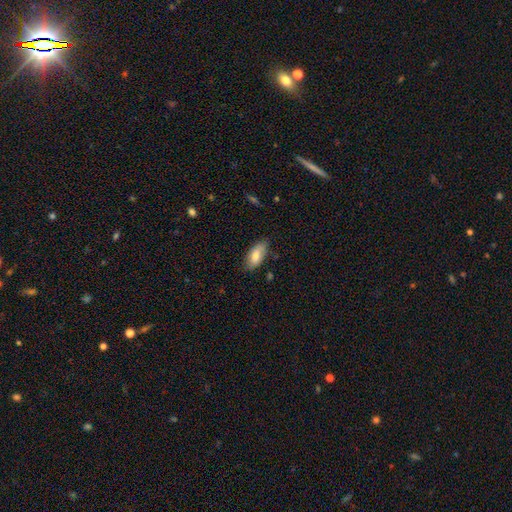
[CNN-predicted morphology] Q: Smooth or featured?
A: smooth (75%); runner-up: featured or disk (18%)
Q: How rounded?
A: in between (91%); runner-up: cigar-shaped (7%)
Q: Merging?
A: none (77%); runner-up: minor disturbance (19%)